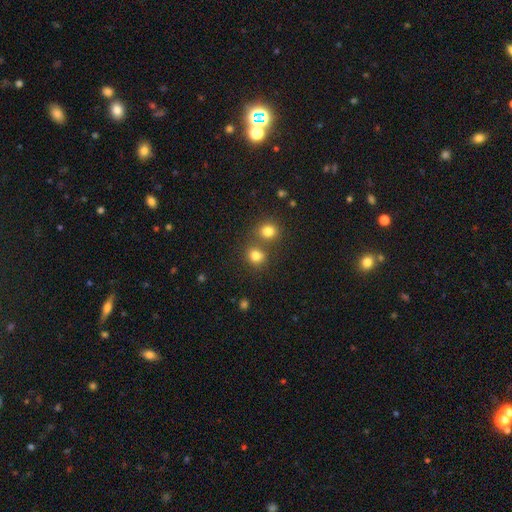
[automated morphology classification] The model was most divided on "merging": none: 58%, merger: 31%, minor disturbance: 8%, major disturbance: 3%. More confident: how rounded — round (79%); smooth or featured — smooth (79%).